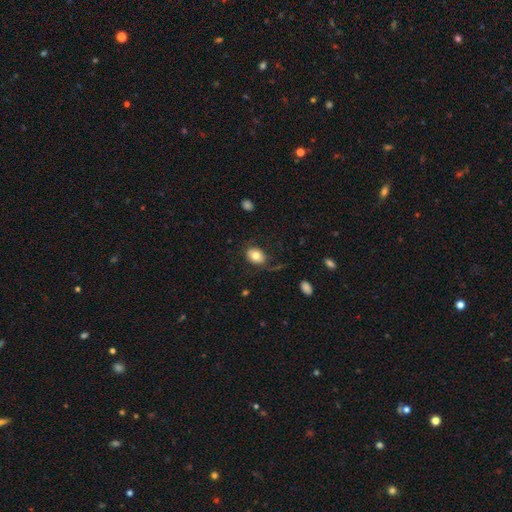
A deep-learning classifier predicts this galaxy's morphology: Smooth or featured? Predicted: smooth (p=0.78). How rounded? Predicted: in between (p=0.64). Merging? Predicted: none (p=0.74).